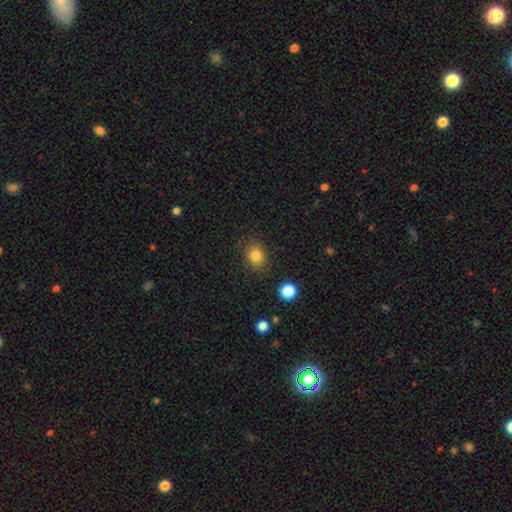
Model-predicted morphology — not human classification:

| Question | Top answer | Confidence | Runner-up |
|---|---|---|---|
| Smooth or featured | smooth | 82% | star or artifact (12%) |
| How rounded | round | 53% | in between (46%) |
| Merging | none | 85% | minor disturbance (10%) |